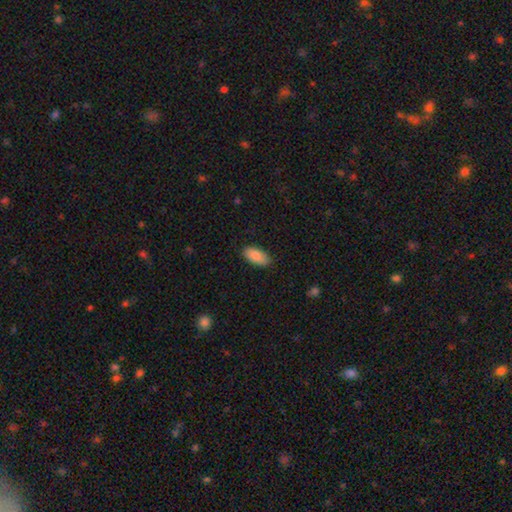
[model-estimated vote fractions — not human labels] The model was most divided on "merging": none: 85%, minor disturbance: 12%, major disturbance: 2%, merger: 1%. More confident: how rounded — in between (94%); smooth or featured — smooth (86%).